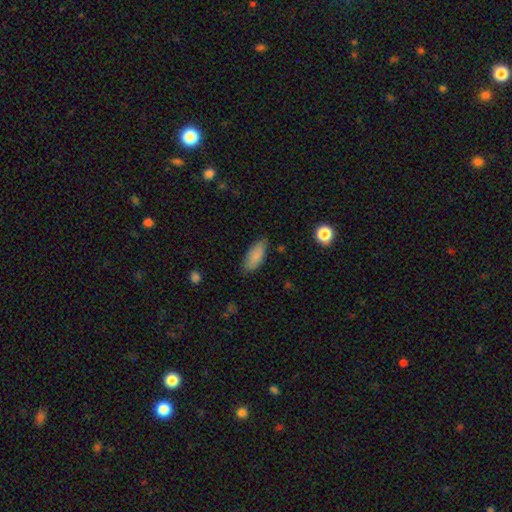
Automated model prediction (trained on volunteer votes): Smooth or featured? Predicted: smooth (p=0.86). How rounded? Predicted: in between (p=0.81). Merging? Predicted: none (p=0.78).